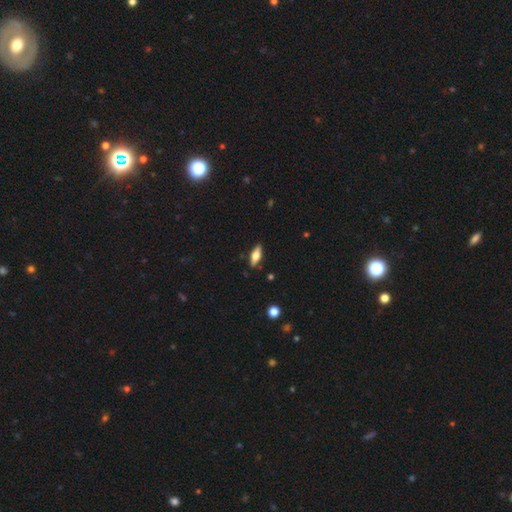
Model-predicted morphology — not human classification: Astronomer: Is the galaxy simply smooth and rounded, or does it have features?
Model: smooth — 51% (runner-up: featured or disk, 43%).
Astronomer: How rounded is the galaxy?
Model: in between — 60% (runner-up: cigar-shaped, 37%).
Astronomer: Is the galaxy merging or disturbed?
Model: none — 86%.